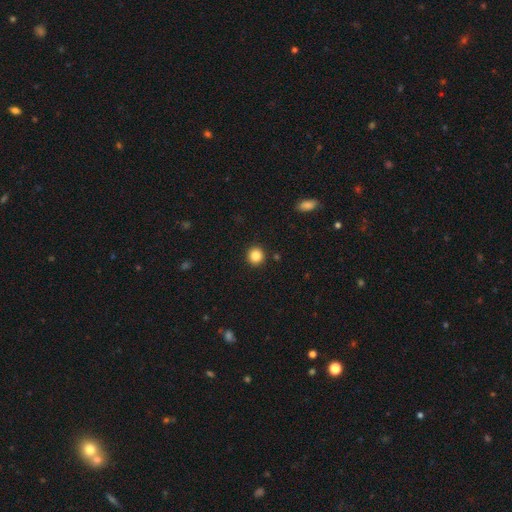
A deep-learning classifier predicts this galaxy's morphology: Smooth or featured? smooth (85%)
How rounded? round (93%)
Merging? none (92%)